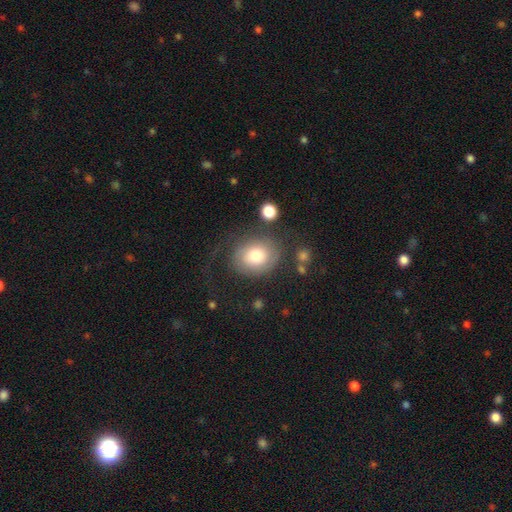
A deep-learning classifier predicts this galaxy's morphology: smooth-or-featured: smooth: 63% | featured or disk: 29% | star or artifact: 9%
  how-rounded: round: 54% | in between: 45% | cigar-shaped: 1%
  merging: none: 62% | minor disturbance: 17% | major disturbance: 17% | merger: 3%